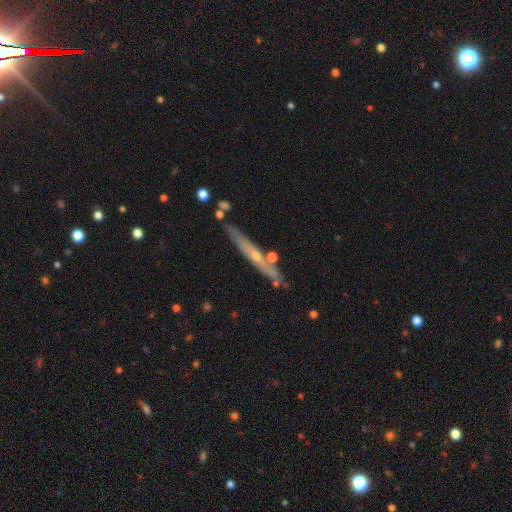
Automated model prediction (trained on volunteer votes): Smooth or featured? Predicted: featured or disk (p=0.61). Edge-on disk? Predicted: yes (p=0.89). Edge-on bulge? Predicted: rounded (p=0.52). Merging? Predicted: none (p=0.78).